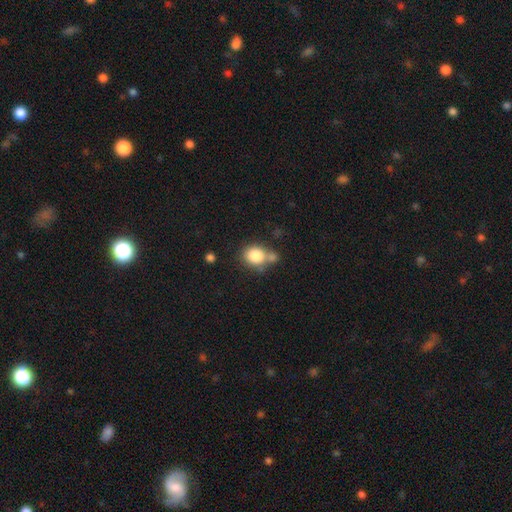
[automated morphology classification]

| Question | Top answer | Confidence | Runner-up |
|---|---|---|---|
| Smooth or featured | smooth | 82% | star or artifact (9%) |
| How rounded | round | 63% | in between (36%) |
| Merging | none | 51% | merger (28%) |